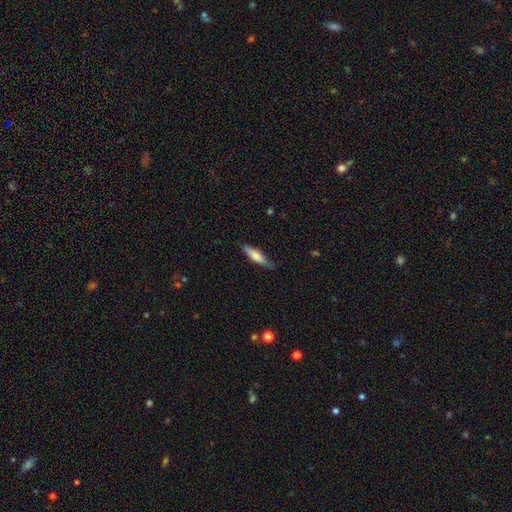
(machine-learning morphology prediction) Smooth or featured? smooth (69%)
How rounded? cigar-shaped (76%)
Merging? none (77%)